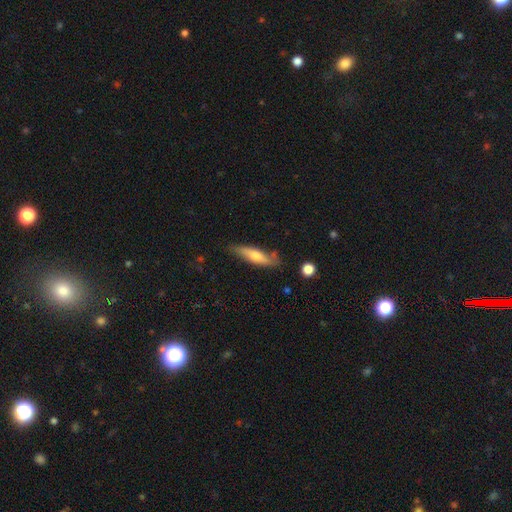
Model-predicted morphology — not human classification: smooth 53%, featured or disk 40%, star or artifact 6%. Down the decision tree: how rounded — cigar-shaped (71%); merging — none (74%).